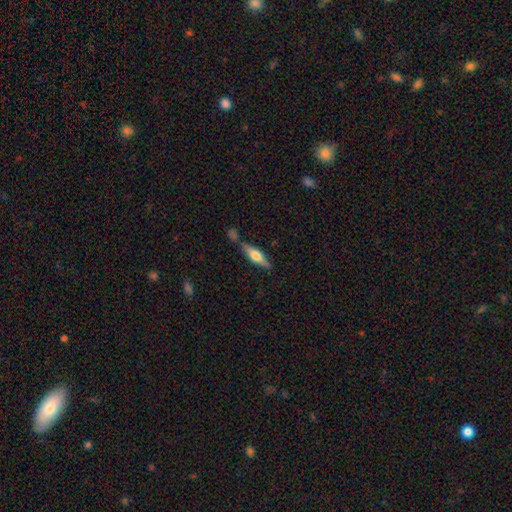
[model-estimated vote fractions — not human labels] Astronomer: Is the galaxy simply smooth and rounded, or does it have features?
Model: featured or disk — 53% (runner-up: smooth, 41%).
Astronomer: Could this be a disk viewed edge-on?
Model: yes — 92%.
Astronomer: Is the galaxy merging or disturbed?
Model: none — 68%.